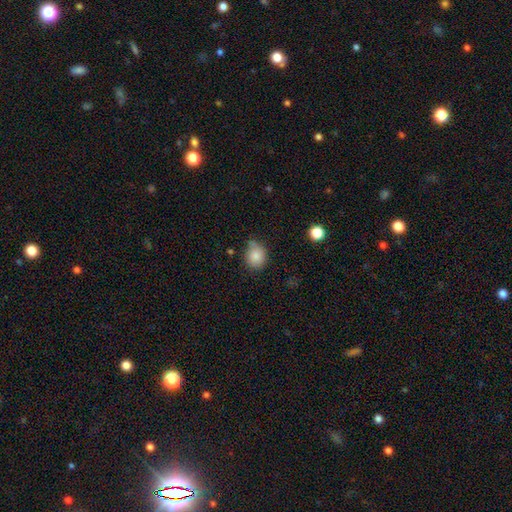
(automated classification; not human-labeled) This appears to be a smooth galaxy with no disk features (85%) that is round (63%). Merging: none (62%).